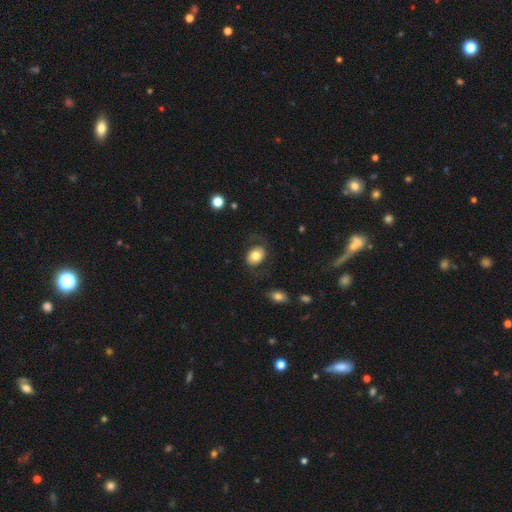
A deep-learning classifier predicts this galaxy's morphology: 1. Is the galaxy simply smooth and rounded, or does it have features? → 72% smooth, 21% featured or disk, 7% star or artifact.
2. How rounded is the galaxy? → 63% in between, 36% round, 1% cigar-shaped.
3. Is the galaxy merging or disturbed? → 74% none, 14% minor disturbance, 10% major disturbance, 2% merger.